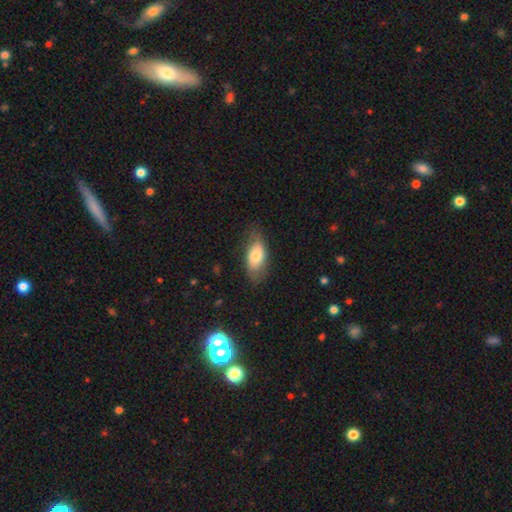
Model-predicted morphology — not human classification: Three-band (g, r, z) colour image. It shows a smooth galaxy with no disk features (74%) that is in between round and cigar-shaped (88%). Merging: none (70%).